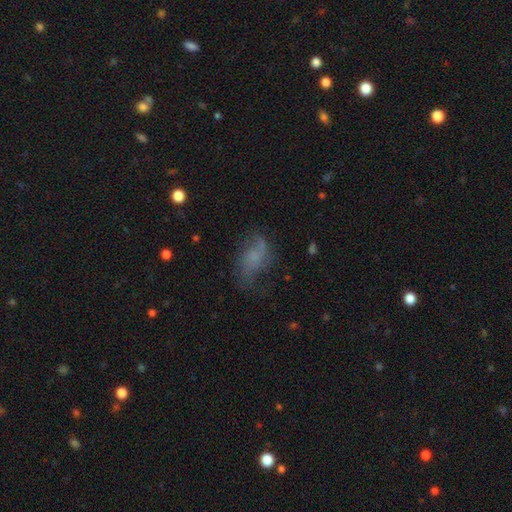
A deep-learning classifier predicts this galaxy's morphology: smooth_or_featured: smooth (p=0.45) [alt: featured or disk p=0.41]
merging: none (p=0.46) [alt: major disturbance p=0.26]